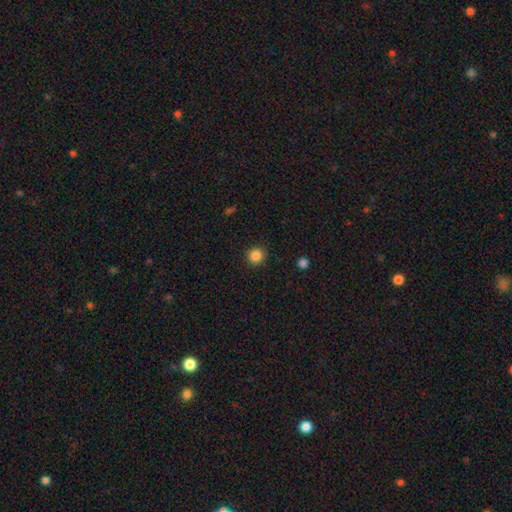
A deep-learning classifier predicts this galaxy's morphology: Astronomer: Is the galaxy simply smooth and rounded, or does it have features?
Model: smooth — 85%.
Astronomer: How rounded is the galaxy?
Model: round — 93%.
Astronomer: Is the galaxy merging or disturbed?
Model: none — 91%.